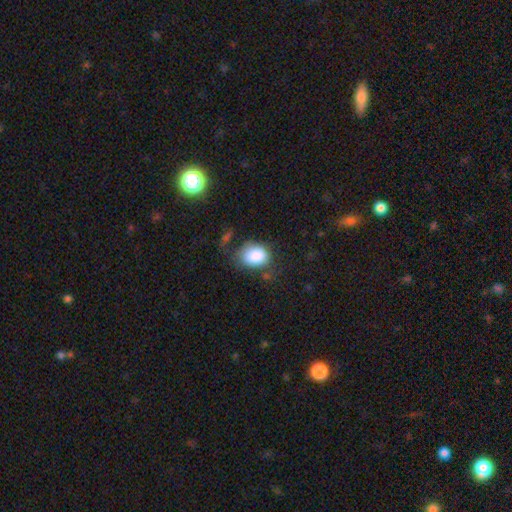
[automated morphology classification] This appears to be a smooth galaxy with no disk features (85%) that is in between round and cigar-shaped (66%). Merging: none (58%).